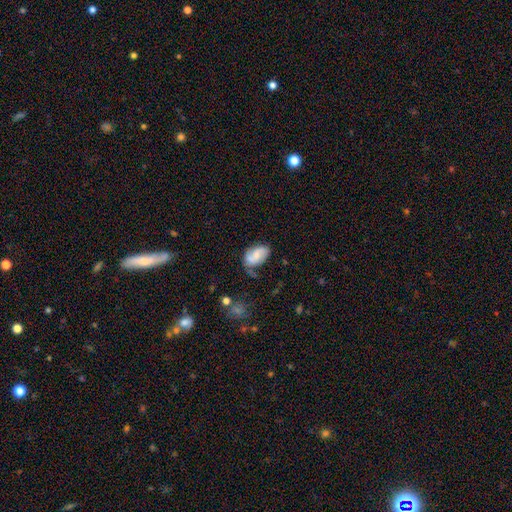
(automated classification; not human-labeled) Smooth or featured: smooth — 51% (featured or disk — 41%)
How rounded: in between — 88% (round — 10%)
Merging: none — 46% (minor disturbance — 32%)